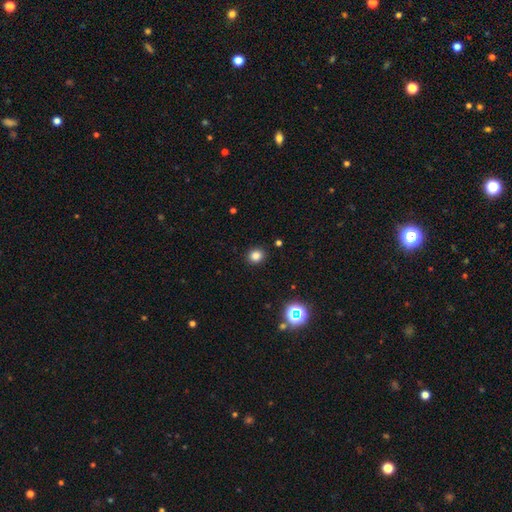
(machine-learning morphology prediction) This is clearly a smooth galaxy (82%). How rounded: likely round (77%). Merging: clearly none (90%).